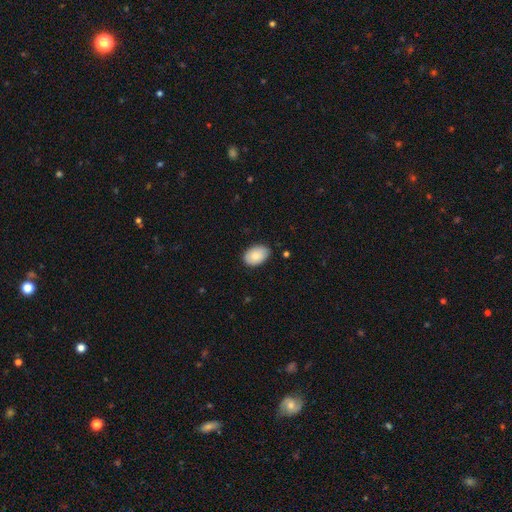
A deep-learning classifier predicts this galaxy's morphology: smooth_or_featured: smooth (p=0.84) [alt: featured or disk p=0.10]
how_rounded: in between (p=0.88) [alt: round p=0.11]
merging: none (p=0.81) [alt: minor disturbance p=0.15]